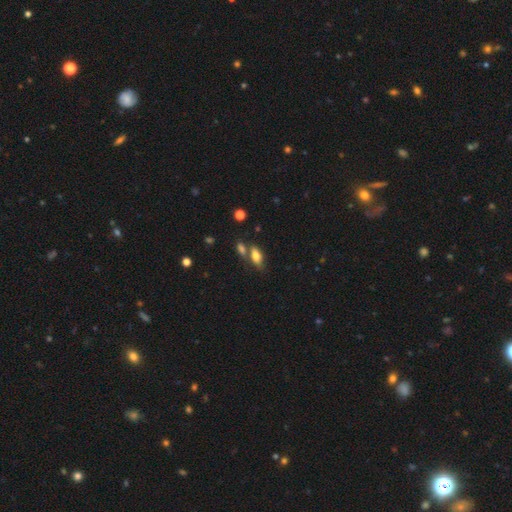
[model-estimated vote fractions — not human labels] smooth_or_featured: smooth (p=0.75) [alt: featured or disk p=0.16]
how_rounded: in between (p=0.82) [alt: cigar-shaped p=0.14]
merging: none (p=0.56) [alt: merger p=0.25]